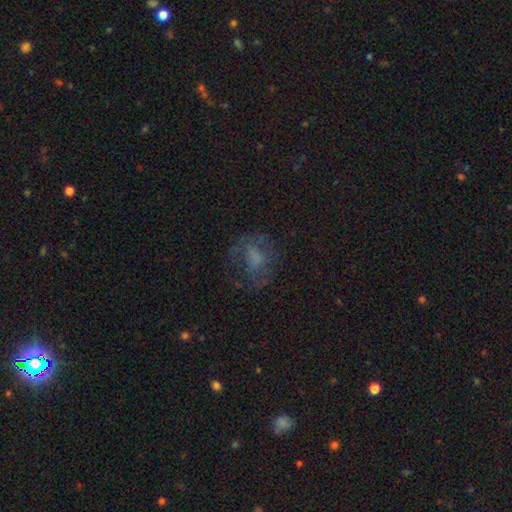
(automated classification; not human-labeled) featured or disk 42%, smooth 40%, star or artifact 18%. Down the decision tree: merging — none (57%).